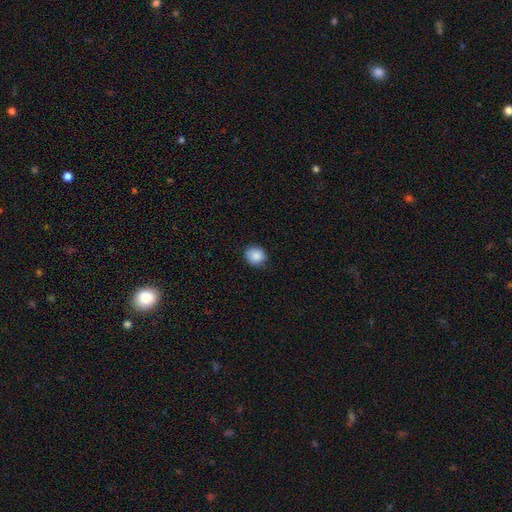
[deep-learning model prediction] This is clearly a smooth galaxy (88%). How rounded: likely round (75%). Merging: likely none (80%).